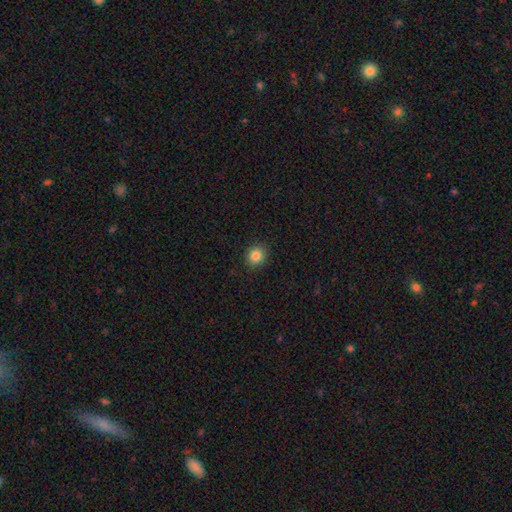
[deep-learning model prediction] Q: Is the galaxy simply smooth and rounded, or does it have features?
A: smooth — 85%.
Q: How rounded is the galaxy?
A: round — 83%.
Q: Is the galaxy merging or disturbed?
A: none — 91%.